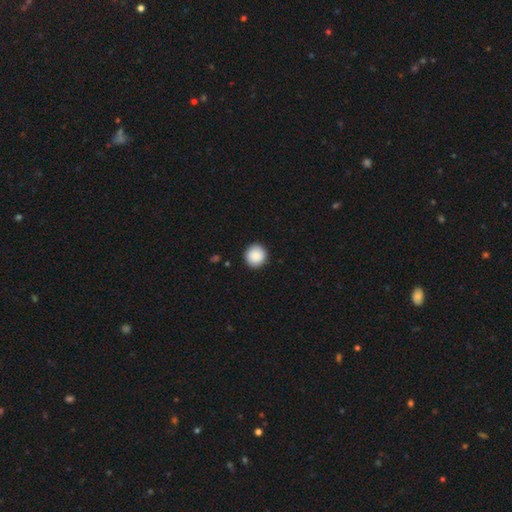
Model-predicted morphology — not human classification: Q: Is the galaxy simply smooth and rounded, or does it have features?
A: smooth — 90%.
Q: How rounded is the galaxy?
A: round — 94%.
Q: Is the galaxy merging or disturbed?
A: none — 92%.